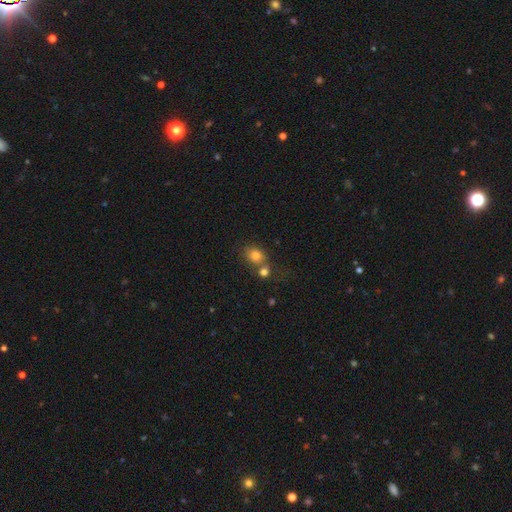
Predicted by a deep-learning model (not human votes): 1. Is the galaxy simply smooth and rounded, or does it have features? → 79% smooth, 12% star or artifact, 9% featured or disk.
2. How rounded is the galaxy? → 67% round, 32% in between, 1% cigar-shaped.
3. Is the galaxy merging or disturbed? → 46% none, 40% merger, 10% minor disturbance, 5% major disturbance.